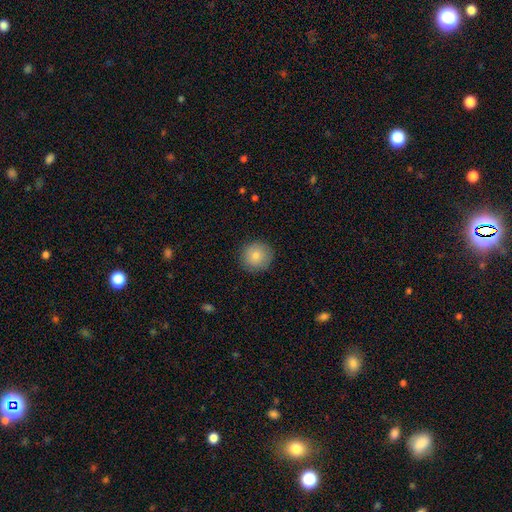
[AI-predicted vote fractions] Q: Smooth or featured?
A: smooth (80%); runner-up: featured or disk (11%)
Q: How rounded?
A: round (93%); runner-up: in between (6%)
Q: Merging?
A: none (88%); runner-up: minor disturbance (9%)